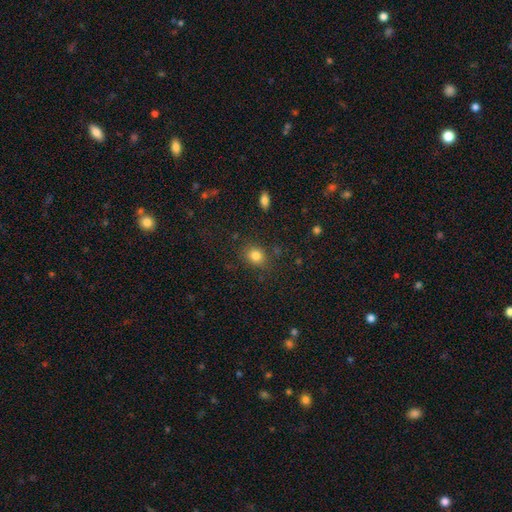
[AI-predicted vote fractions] Overall: smooth (82%). How rounded: round (65%; in between 34%). Merging: none (82%).